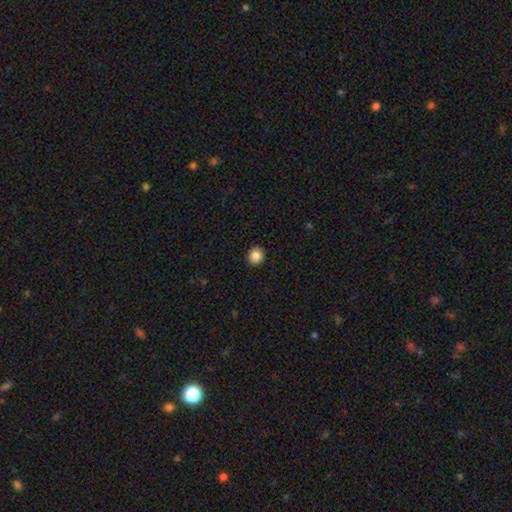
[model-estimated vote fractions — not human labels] smooth_or_featured: smooth (p=0.86) [alt: star or artifact p=0.10]
how_rounded: round (p=0.92) [alt: in between p=0.07]
merging: none (p=0.91) [alt: minor disturbance p=0.06]